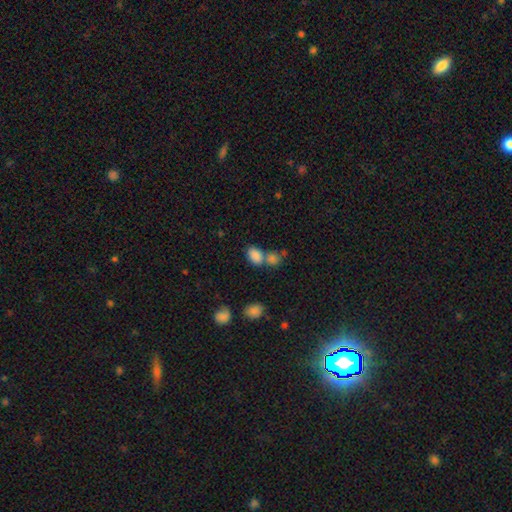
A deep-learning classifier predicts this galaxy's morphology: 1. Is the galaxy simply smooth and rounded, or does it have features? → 84% smooth, 10% star or artifact, 6% featured or disk.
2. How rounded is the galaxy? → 84% in between, 15% round, 2% cigar-shaped.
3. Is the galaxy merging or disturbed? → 43% none, 42% merger, 10% minor disturbance, 4% major disturbance.